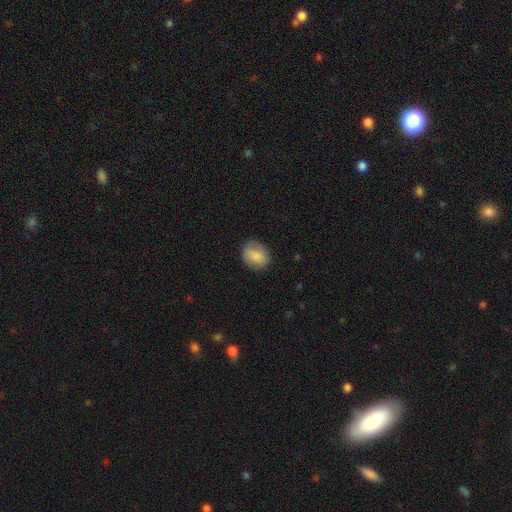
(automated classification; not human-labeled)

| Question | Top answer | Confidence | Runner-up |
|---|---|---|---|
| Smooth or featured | smooth | 83% | featured or disk (10%) |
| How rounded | in between | 51% | round (48%) |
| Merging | none | 77% | minor disturbance (18%) |